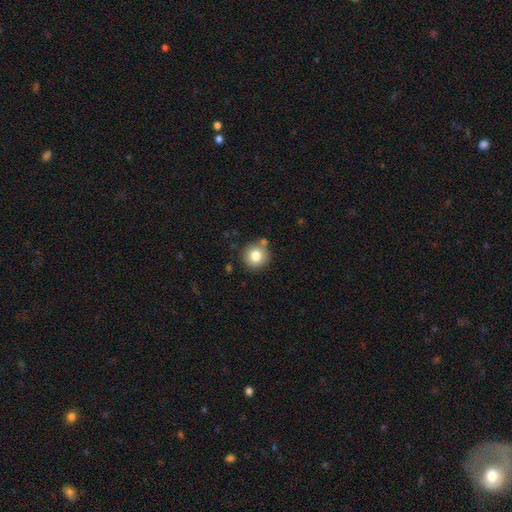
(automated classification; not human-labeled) Smooth or featured: smooth — 79% (star or artifact — 10%)
How rounded: round — 93% (in between — 6%)
Merging: none — 79% (minor disturbance — 11%)